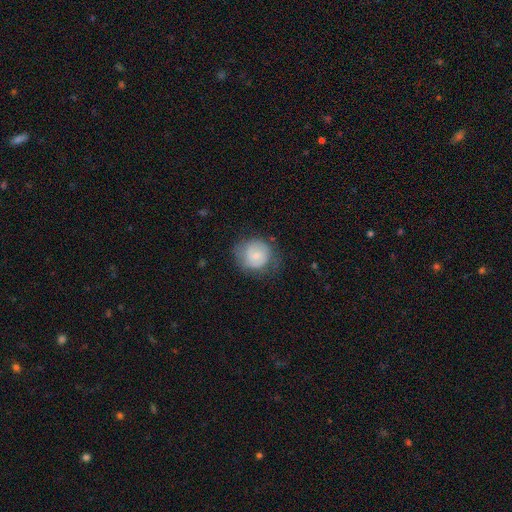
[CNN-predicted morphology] A smooth galaxy with no disk features (63%) that is round (88%).

Vote fractions:
- Smooth or featured? smooth: 63% / featured or disk: 29% / star or artifact: 7%
- How rounded? round: 88% / in between: 11% / cigar-shaped: 1%
- Merging? none: 62% / minor disturbance: 25% / major disturbance: 12% / merger: 1%